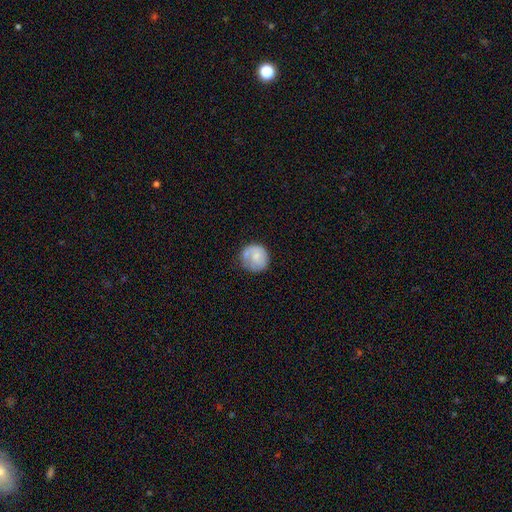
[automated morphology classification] type=smooth (61%); roundness=round (88%); merging=none (64%).